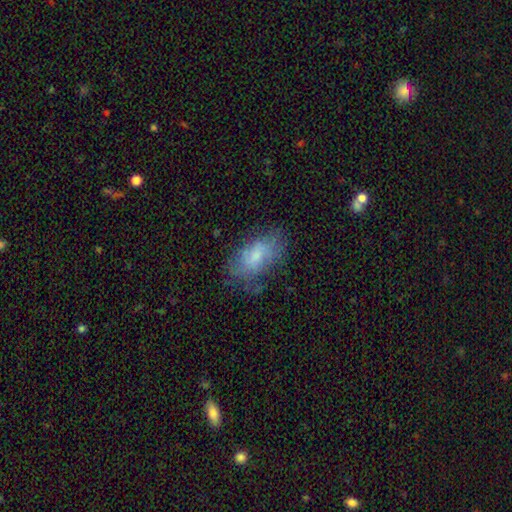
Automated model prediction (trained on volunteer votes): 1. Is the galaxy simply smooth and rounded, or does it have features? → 63% smooth, 28% featured or disk, 9% star or artifact.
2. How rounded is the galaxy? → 90% in between, 6% round, 4% cigar-shaped.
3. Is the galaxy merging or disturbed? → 58% none, 26% minor disturbance, 14% major disturbance, 2% merger.